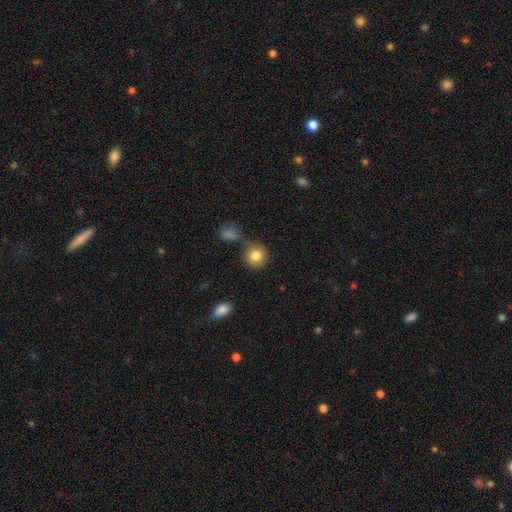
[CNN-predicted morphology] Q: Smooth or featured?
A: smooth (83%); runner-up: star or artifact (9%)
Q: How rounded?
A: round (89%); runner-up: in between (10%)
Q: Merging?
A: none (72%); runner-up: minor disturbance (13%)